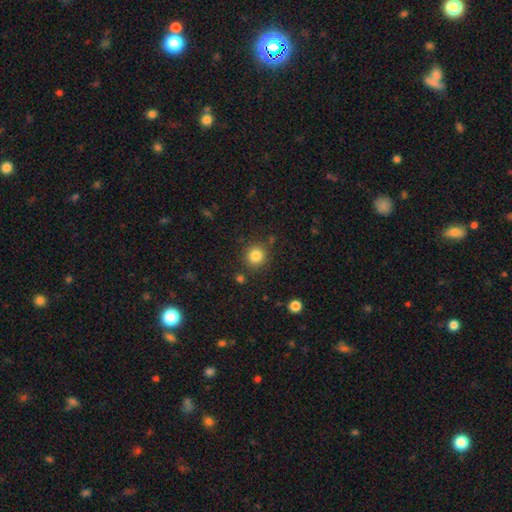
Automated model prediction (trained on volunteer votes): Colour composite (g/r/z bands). It shows a smooth galaxy with no disk features (83%) that is round (91%). Merging: none (85%).